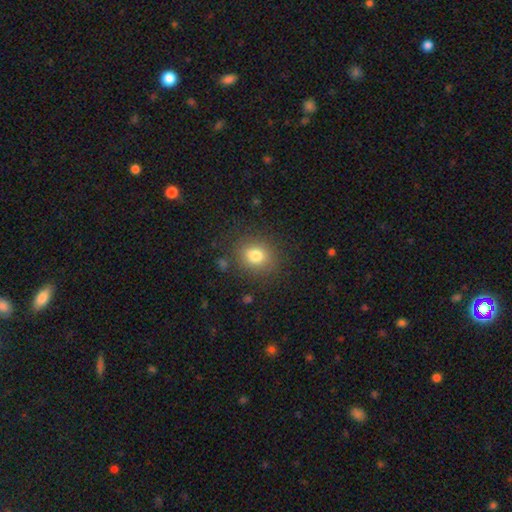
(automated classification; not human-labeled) Smooth or featured? smooth (80%)
How rounded? round (67%)
Merging? none (84%)